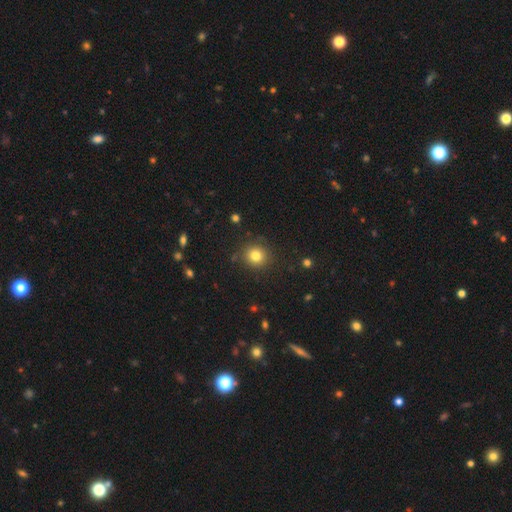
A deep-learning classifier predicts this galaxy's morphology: smooth_or_featured: smooth (p=0.81) [alt: star or artifact p=0.13]
how_rounded: round (p=0.89) [alt: in between p=0.10]
merging: none (p=0.88) [alt: minor disturbance p=0.08]